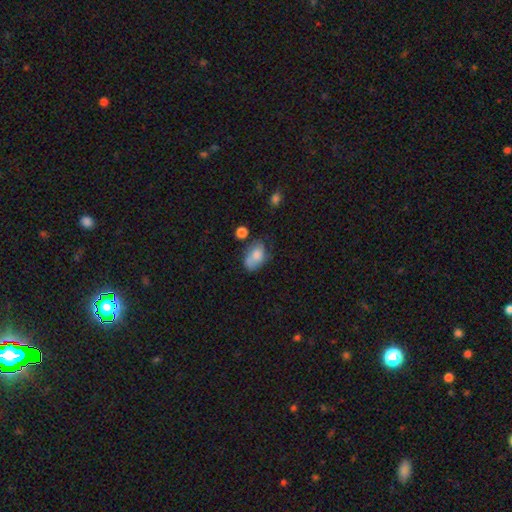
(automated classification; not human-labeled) A smooth galaxy with no disk features (73%) that is in between round and cigar-shaped (85%).

Vote fractions:
- Smooth or featured? smooth: 73% / featured or disk: 19% / star or artifact: 9%
- How rounded? in between: 85% / round: 14% / cigar-shaped: 2%
- Merging? none: 42% / minor disturbance: 30% / merger: 15% / major disturbance: 13%